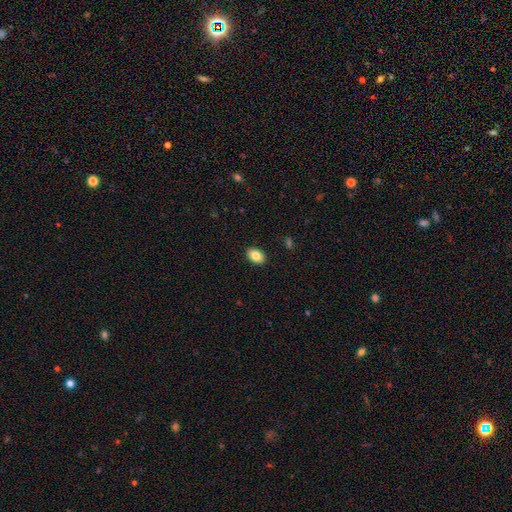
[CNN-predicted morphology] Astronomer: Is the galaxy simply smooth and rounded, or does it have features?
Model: smooth — 84%.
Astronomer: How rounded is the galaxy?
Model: in between — 86%.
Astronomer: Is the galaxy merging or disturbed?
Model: none — 90%.